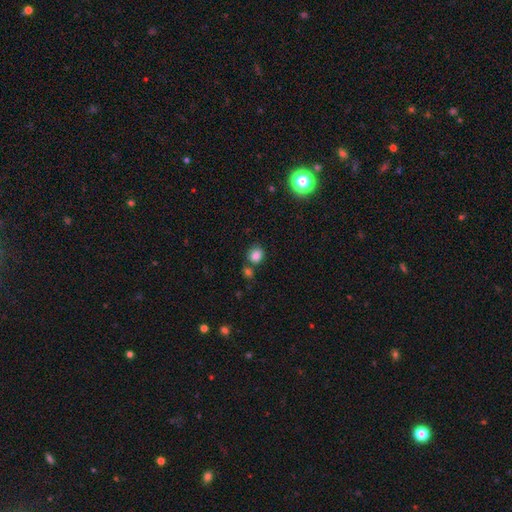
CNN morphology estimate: The model was most divided on "how rounded": round: 68%, in between: 31%, cigar-shaped: 1%. More confident: smooth or featured — smooth (84%); merging — none (66%).